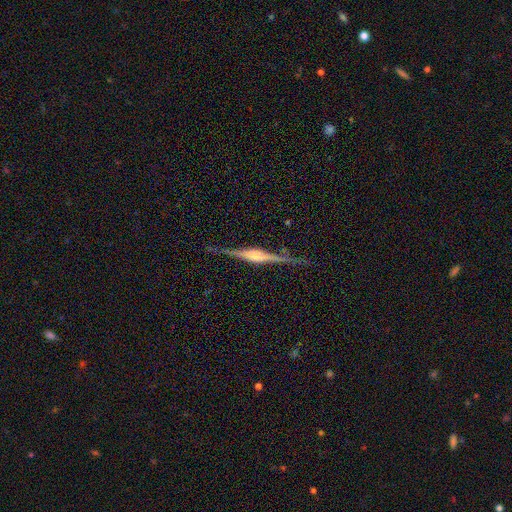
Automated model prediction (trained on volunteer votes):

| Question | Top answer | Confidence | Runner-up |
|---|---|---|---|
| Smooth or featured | featured or disk | 83% | smooth (10%) |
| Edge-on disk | yes | 98% | no (2%) |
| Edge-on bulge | rounded | 70% | boxy (25%) |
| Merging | none | 84% | minor disturbance (12%) |